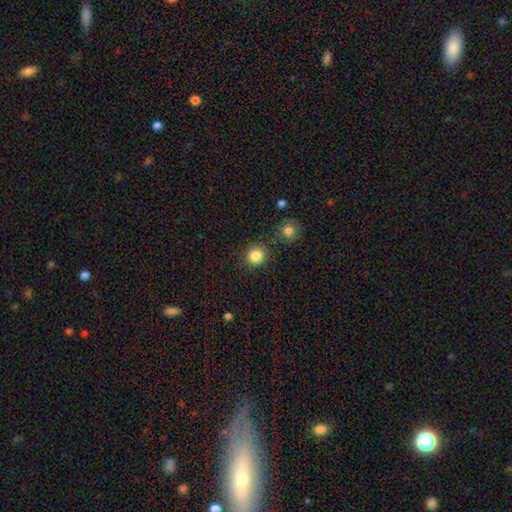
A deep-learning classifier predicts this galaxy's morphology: The model was most divided on "smooth or featured": smooth: 85%, star or artifact: 10%, featured or disk: 5%. More confident: how rounded — round (88%); merging — none (86%).